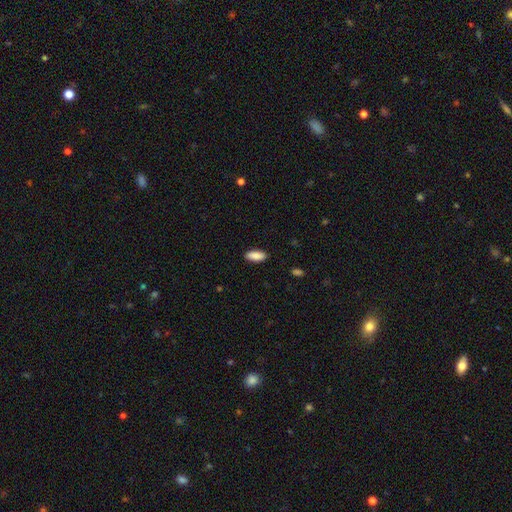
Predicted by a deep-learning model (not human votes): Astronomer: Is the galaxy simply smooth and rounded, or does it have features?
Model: smooth — 89%.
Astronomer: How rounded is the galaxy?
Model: in between — 85%.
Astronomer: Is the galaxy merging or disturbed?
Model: none — 89%.